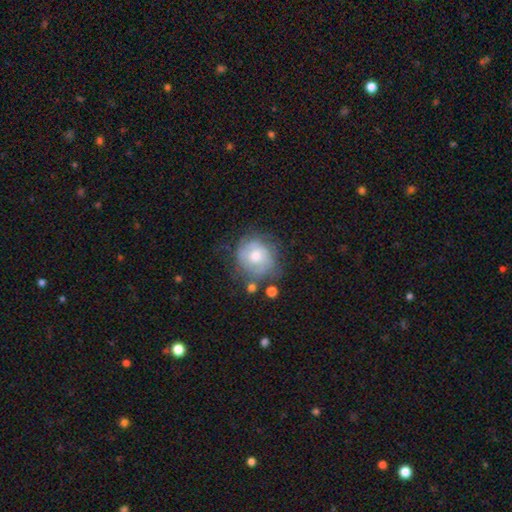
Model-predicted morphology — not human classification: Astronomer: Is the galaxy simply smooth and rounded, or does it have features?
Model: smooth — 48% (runner-up: featured or disk, 43%).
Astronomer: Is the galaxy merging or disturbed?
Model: none — 59%.